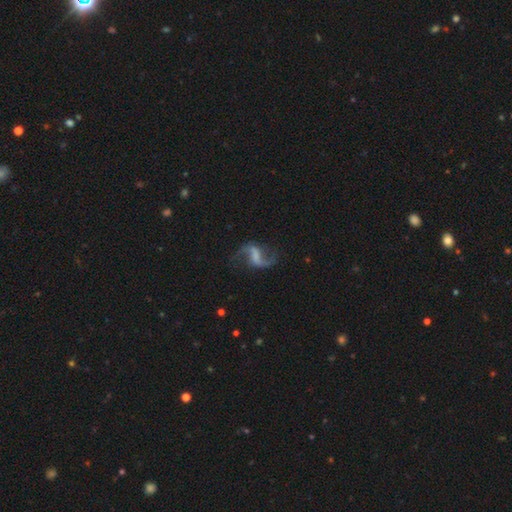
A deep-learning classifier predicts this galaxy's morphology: Smooth or featured?
  - featured or disk: 86% *
  - smooth: 7%
  - star or artifact: 7%
Edge-on disk?
  - no: 98% *
  - yes: 2%
Bar?
  - weak: 45% *
  - strong: 33%
  - no: 22%
Spiral arms?
  - yes: 96% *
  - no: 4%
Spiral winding?
  - loose: 81% *
  - medium: 16%
  - tight: 3%
Spiral arm count?
  - 2: 93% *
  - 1: 3%
  - can't tell: 2%
  - 3: 1%
  - 4: 1%
  - more than 4: 1%
Bulge size?
  - none: 61% *
  - small: 18%
  - moderate: 13%
  - large: 7%
  - dominant: 2%
Merging?
  - none: 73% *
  - minor disturbance: 14%
  - major disturbance: 11%
  - merger: 2%